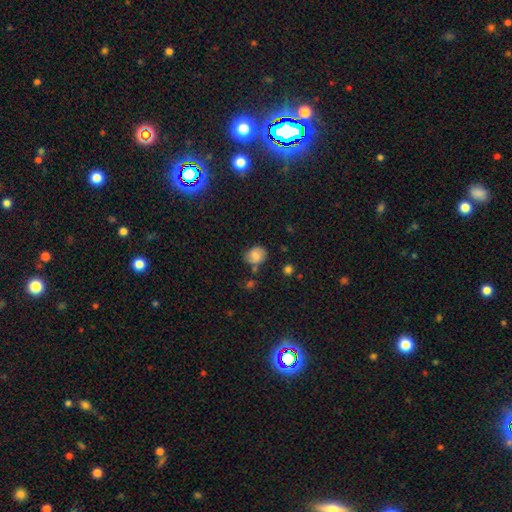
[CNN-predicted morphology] Smooth or featured? Predicted: smooth (p=0.74). How rounded? Predicted: round (p=0.60). Merging? Predicted: none (p=0.66).